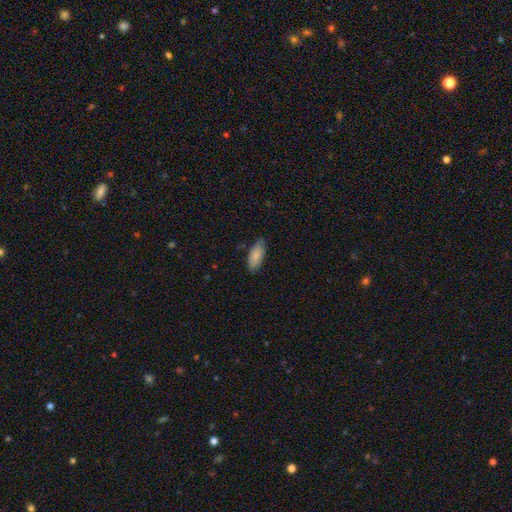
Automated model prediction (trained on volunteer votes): Smooth or featured: smooth — 84% (featured or disk — 10%)
How rounded: in between — 84% (cigar-shaped — 14%)
Merging: none — 80% (minor disturbance — 16%)